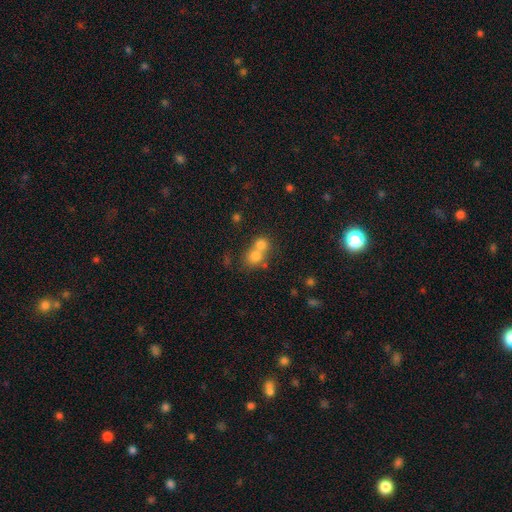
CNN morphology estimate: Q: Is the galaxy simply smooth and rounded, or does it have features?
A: smooth — 74%.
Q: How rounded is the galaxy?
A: round — 75%.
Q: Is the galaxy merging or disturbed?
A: merger — 63%.